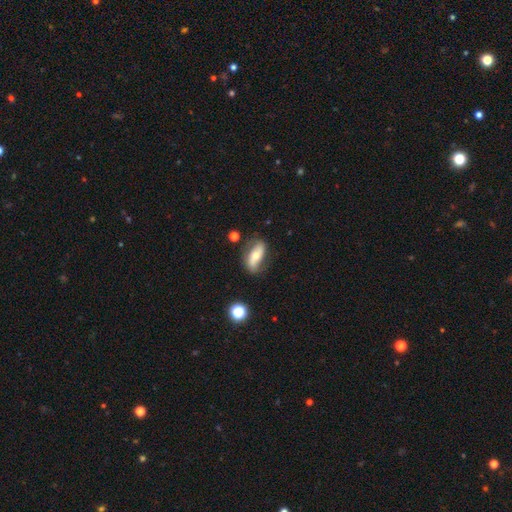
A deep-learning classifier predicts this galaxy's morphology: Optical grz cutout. It shows a featured or disk galaxy (50%). Merging: none (68%).